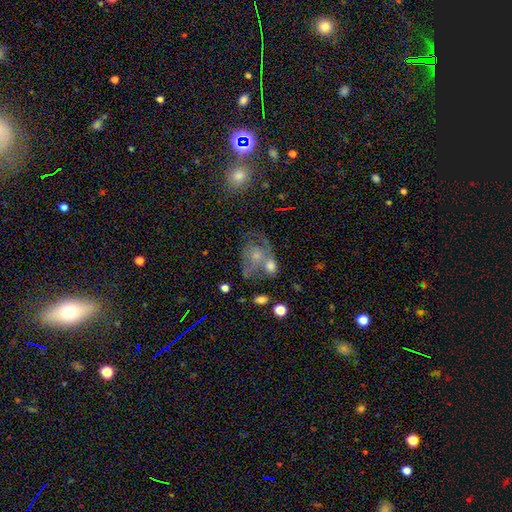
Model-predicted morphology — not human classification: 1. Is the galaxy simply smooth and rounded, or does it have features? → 56% featured or disk, 23% smooth, 21% star or artifact.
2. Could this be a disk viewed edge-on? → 96% no, 4% yes.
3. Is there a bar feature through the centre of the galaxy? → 77% no, 18% weak, 4% strong.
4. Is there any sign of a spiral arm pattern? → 69% yes, 31% no.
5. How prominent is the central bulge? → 44% small, 39% moderate, 10% none, 5% large, 2% dominant.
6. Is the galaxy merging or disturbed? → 40% none, 29% merger, 16% minor disturbance, 15% major disturbance.